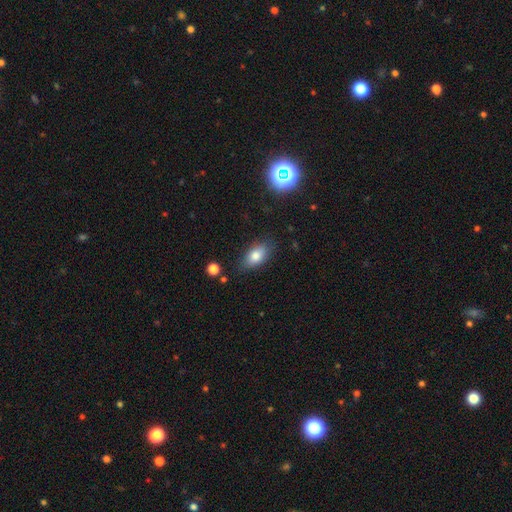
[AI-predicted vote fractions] A smooth galaxy with no disk features (79%) that is in between round and cigar-shaped (88%).

Vote fractions:
- Smooth or featured? smooth: 79% / featured or disk: 12% / star or artifact: 9%
- How rounded? in between: 88% / round: 8% / cigar-shaped: 4%
- Merging? none: 80% / minor disturbance: 14% / major disturbance: 3% / merger: 2%